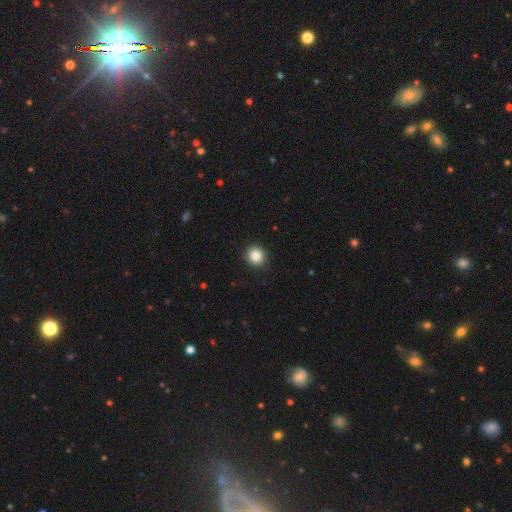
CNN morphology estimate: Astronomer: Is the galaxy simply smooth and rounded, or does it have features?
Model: smooth — 84%.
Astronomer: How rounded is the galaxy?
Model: round — 93%.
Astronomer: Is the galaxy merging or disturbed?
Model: none — 92%.